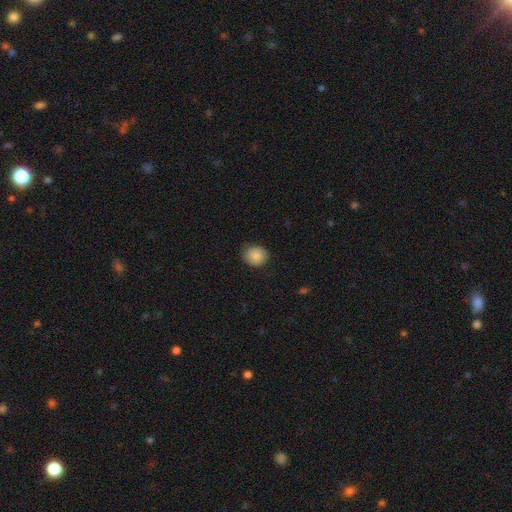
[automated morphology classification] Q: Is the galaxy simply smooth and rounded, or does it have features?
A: smooth — 87%.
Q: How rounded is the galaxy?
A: round — 76%.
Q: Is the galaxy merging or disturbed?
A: none — 84%.